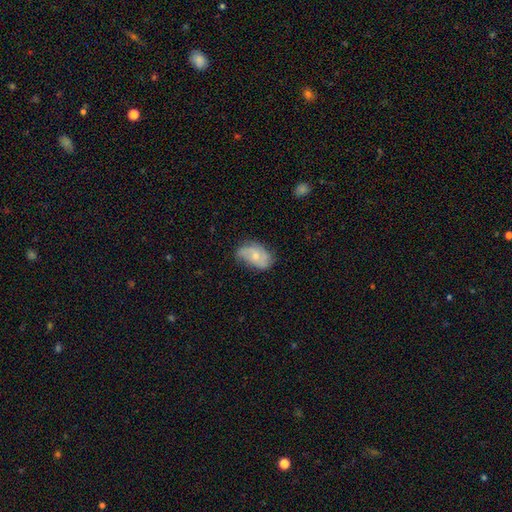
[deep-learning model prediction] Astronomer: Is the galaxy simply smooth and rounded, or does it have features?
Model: featured or disk — 51% (runner-up: smooth, 42%).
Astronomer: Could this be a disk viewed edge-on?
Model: no — 95%.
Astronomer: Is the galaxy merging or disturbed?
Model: none — 57% (runner-up: minor disturbance, 32%).